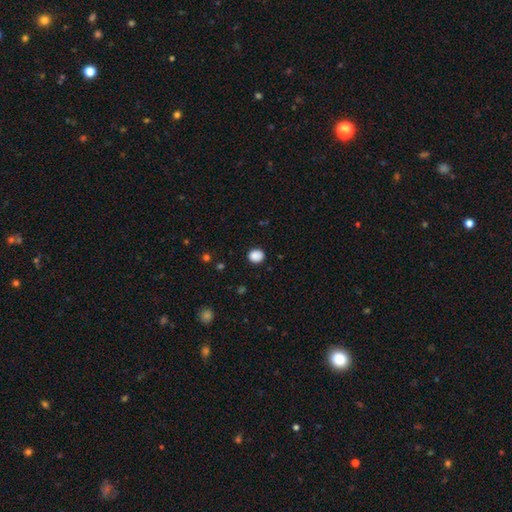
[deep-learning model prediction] smooth 87%, star or artifact 9%, featured or disk 3%. Down the decision tree: how rounded — round (77%); merging — none (87%).